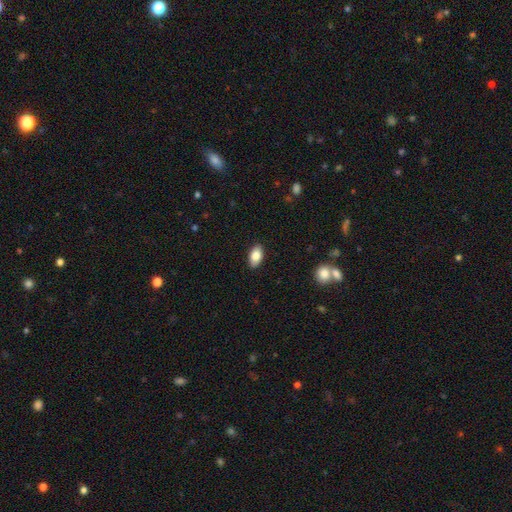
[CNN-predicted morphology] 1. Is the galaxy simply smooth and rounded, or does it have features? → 84% smooth, 9% featured or disk, 7% star or artifact.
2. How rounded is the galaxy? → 92% in between, 5% round, 3% cigar-shaped.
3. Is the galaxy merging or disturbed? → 88% none, 9% minor disturbance, 2% major disturbance, 1% merger.